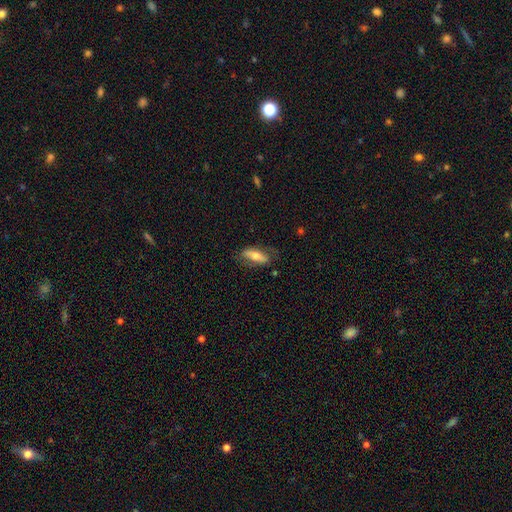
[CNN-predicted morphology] smooth 55%, featured or disk 39%, star or artifact 6%. Down the decision tree: how rounded — in between (67%); merging — none (69%).